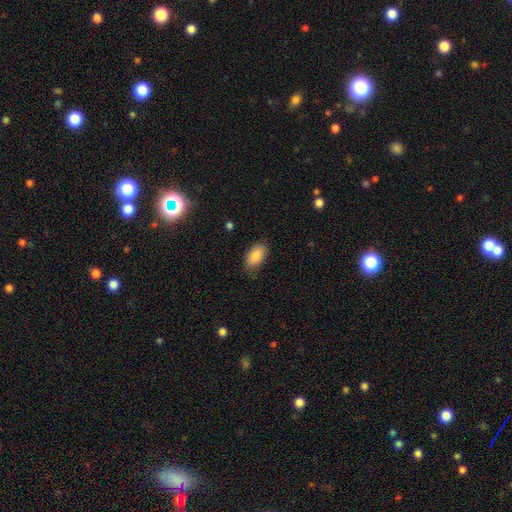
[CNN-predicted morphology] A smooth galaxy with no disk features (87%) that is in between round and cigar-shaped (93%). Merging: none (79%).